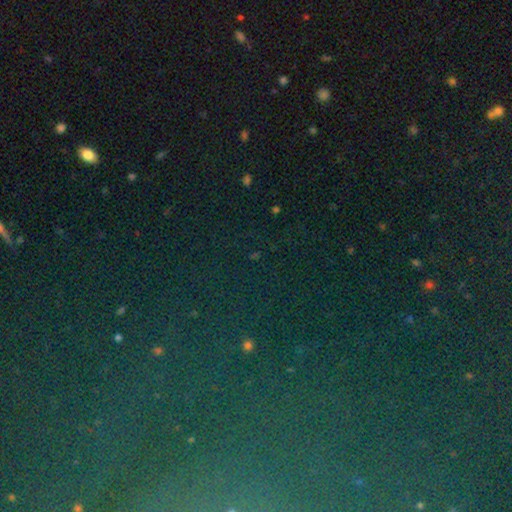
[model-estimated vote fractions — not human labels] smooth_or_featured: star or artifact (p=0.81) [alt: smooth p=0.10]